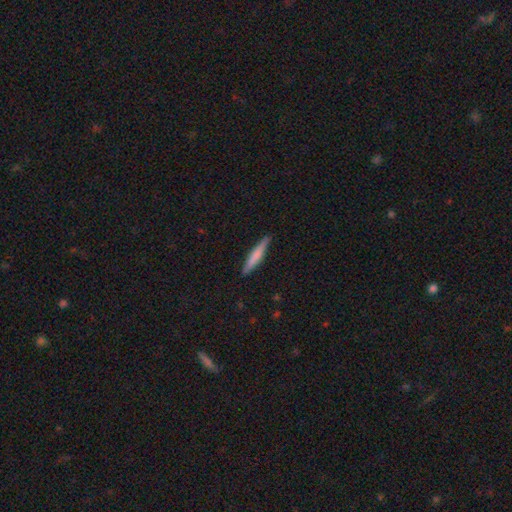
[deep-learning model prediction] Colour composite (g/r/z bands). It shows a smooth galaxy with no disk features (65%) that is cigar-shaped (92%). Merging: none (87%).